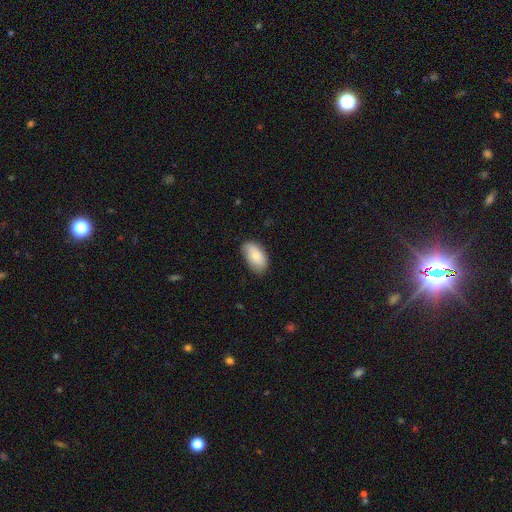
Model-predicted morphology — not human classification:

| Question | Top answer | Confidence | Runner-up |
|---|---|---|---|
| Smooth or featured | smooth | 77% | featured or disk (16%) |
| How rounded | in between | 94% | round (4%) |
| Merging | none | 69% | minor disturbance (25%) |